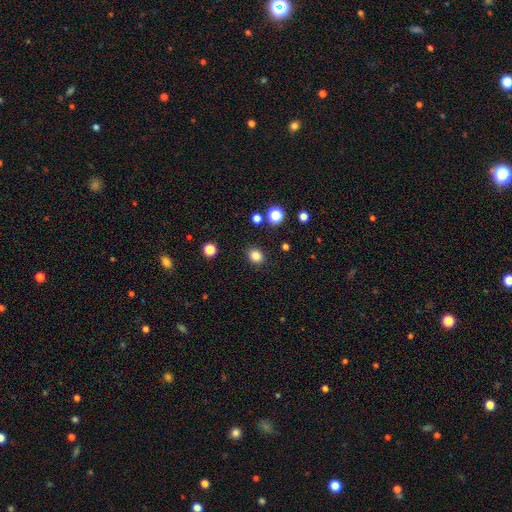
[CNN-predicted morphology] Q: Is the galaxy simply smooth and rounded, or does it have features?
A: smooth — 83%.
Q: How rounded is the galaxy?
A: round — 62%.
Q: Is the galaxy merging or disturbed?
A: none — 88%.